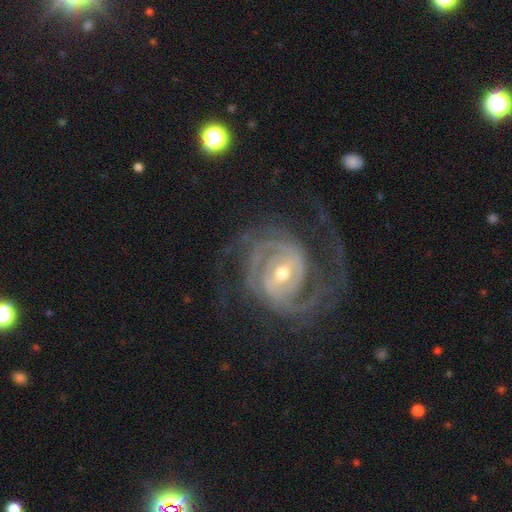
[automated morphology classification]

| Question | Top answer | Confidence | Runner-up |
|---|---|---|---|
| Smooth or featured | featured or disk | 92% | star or artifact (5%) |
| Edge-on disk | no | 98% | yes (2%) |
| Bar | weak | 41% | strong (33%) |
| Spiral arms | yes | 98% | no (2%) |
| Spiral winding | tight | 53% | medium (38%) |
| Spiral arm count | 2 | 58% | 3 (16%) |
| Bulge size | small | 49% | moderate (47%) |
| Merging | none | 70% | minor disturbance (15%) |